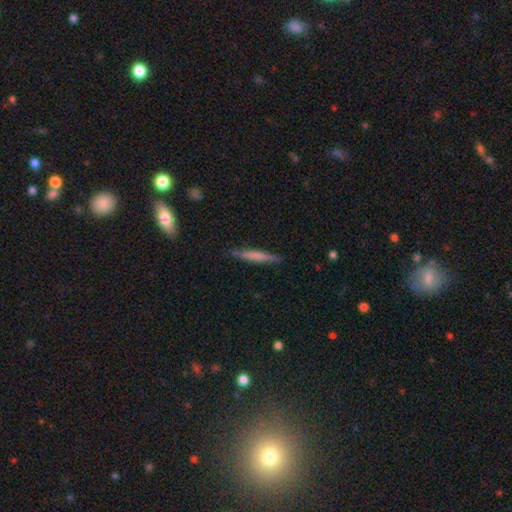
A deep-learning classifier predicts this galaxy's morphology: Overall: smooth (60%; featured or disk 34%). How rounded: cigar-shaped (94%). Merging: none (86%).